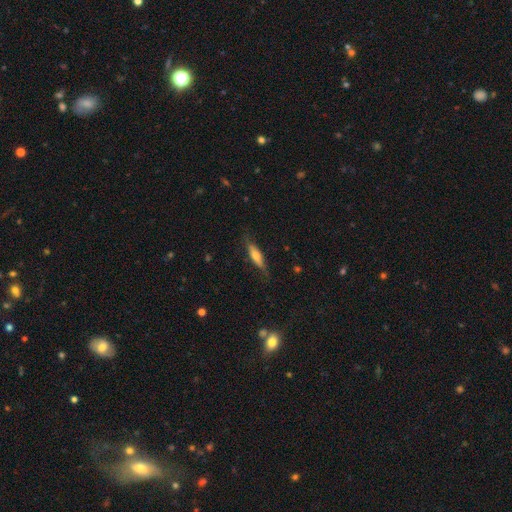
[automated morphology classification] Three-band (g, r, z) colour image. It shows a smooth galaxy with no disk features (53%) that is cigar-shaped (71%). Merging: none (77%).